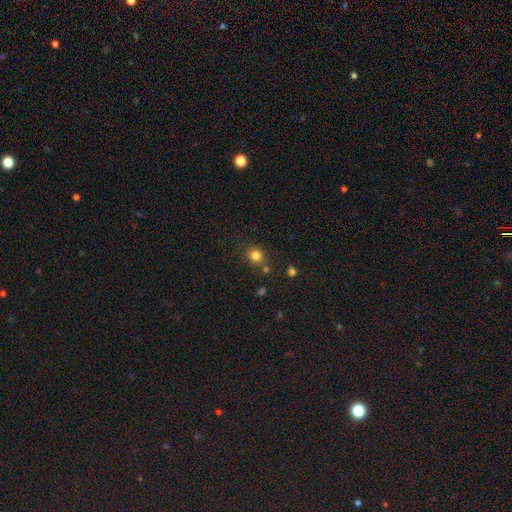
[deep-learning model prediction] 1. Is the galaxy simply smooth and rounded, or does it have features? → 80% smooth, 14% star or artifact, 6% featured or disk.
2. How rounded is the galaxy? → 78% round, 21% in between, 1% cigar-shaped.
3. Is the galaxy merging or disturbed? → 77% none, 11% minor disturbance, 8% merger, 4% major disturbance.